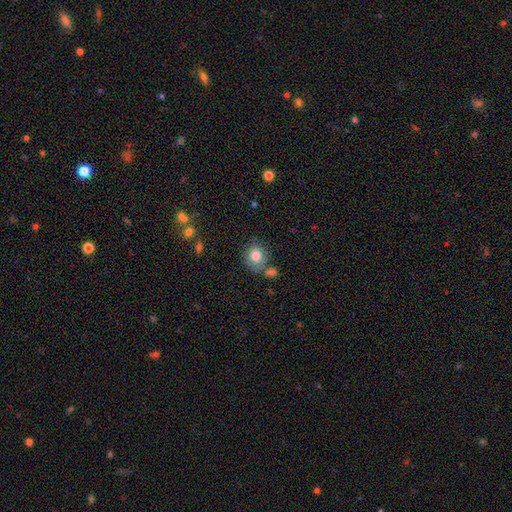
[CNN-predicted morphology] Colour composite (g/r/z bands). It shows a smooth galaxy with no disk features (82%) that is round (74%). Merging: none (64%).